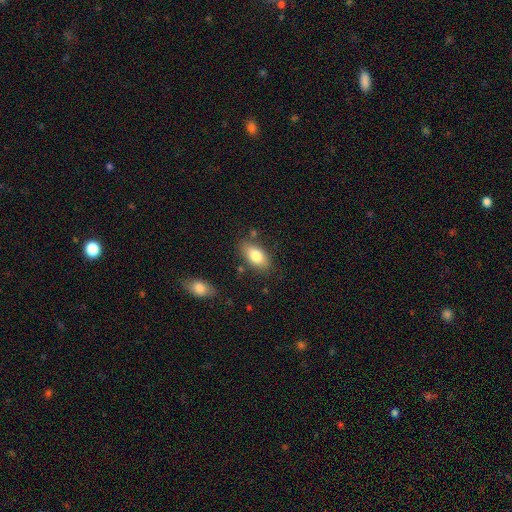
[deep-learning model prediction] This is clearly a smooth galaxy (81%). How rounded: clearly in between (91%). Merging: likely none (79%).